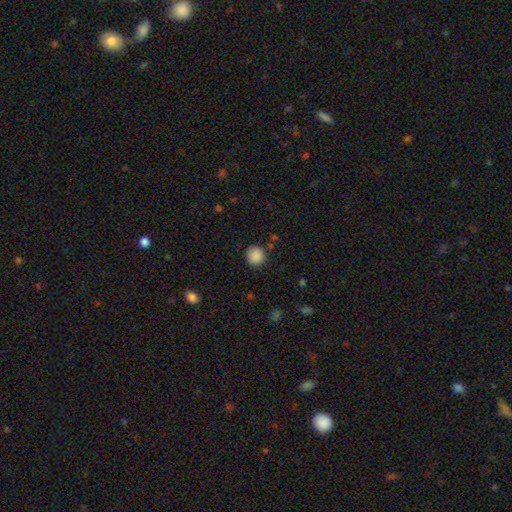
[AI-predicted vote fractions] Smooth or featured?
  - smooth: 88% *
  - star or artifact: 9%
  - featured or disk: 3%
How rounded?
  - round: 92% *
  - in between: 8%
  - cigar-shaped: 1%
Merging?
  - none: 87% *
  - minor disturbance: 9%
  - major disturbance: 3%
  - merger: 2%